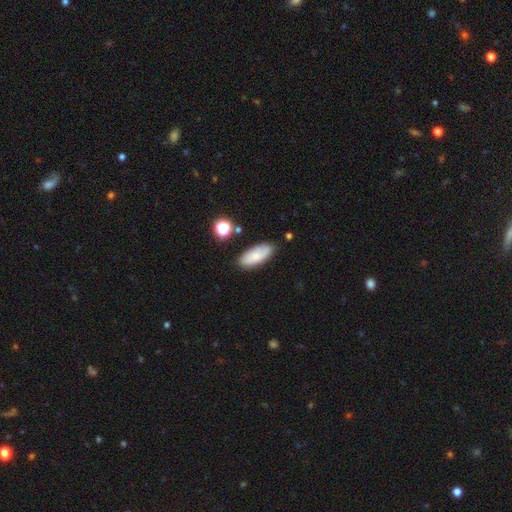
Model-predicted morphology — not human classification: This is likely a smooth galaxy (72%). How rounded: clearly in between (83%). Merging: likely none (78%).